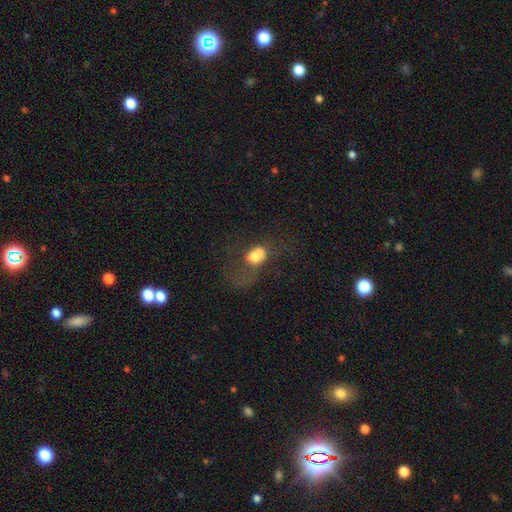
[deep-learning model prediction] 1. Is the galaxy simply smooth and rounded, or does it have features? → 65% smooth, 23% featured or disk, 12% star or artifact.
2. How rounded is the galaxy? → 70% in between, 28% round, 2% cigar-shaped.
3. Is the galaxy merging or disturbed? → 56% major disturbance, 20% none, 15% minor disturbance, 9% merger.